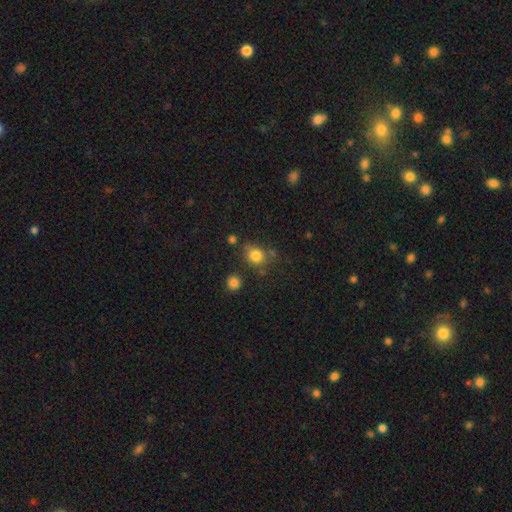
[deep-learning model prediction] Q: Smooth or featured?
A: smooth (80%); runner-up: star or artifact (12%)
Q: How rounded?
A: round (70%); runner-up: in between (29%)
Q: Merging?
A: none (67%); runner-up: minor disturbance (17%)